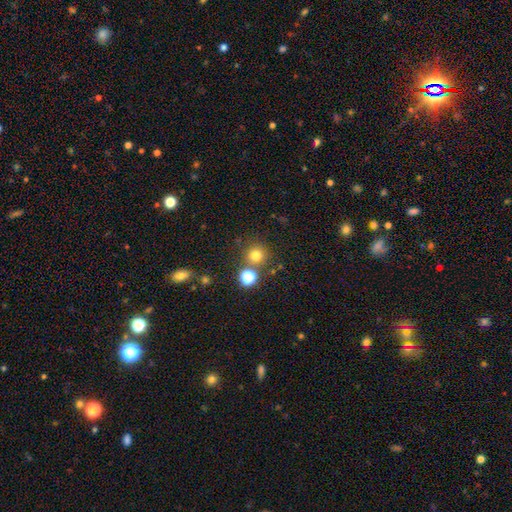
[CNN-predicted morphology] type=smooth (75%); roundness=round (92%); merging=none (77%).